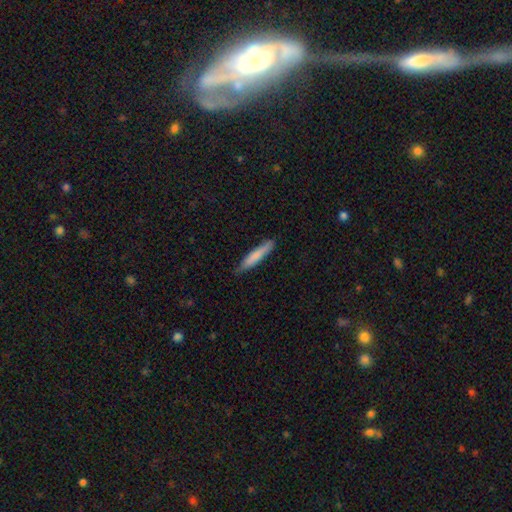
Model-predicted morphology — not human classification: Smooth or featured?
  - smooth: 78% *
  - featured or disk: 17%
  - star or artifact: 5%
How rounded?
  - cigar-shaped: 91% *
  - in between: 8%
  - round: 1%
Merging?
  - none: 82% *
  - minor disturbance: 14%
  - major disturbance: 2%
  - merger: 1%